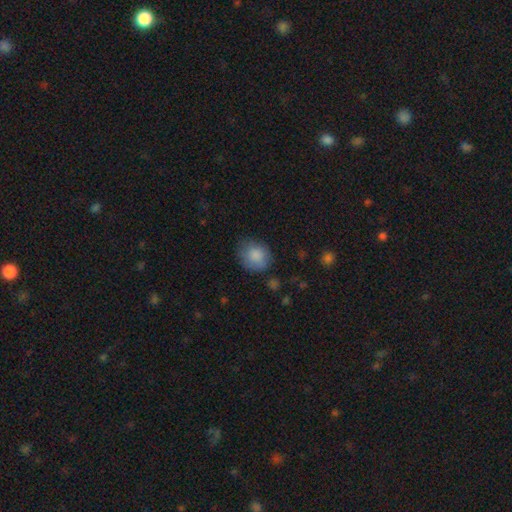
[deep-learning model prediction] Smooth or featured?
  - smooth: 85% *
  - featured or disk: 8%
  - star or artifact: 7%
How rounded?
  - round: 66% *
  - in between: 33%
  - cigar-shaped: 1%
Merging?
  - none: 66% *
  - minor disturbance: 25%
  - major disturbance: 7%
  - merger: 2%